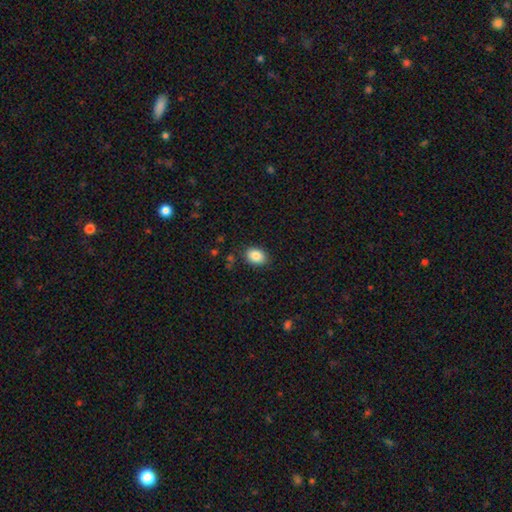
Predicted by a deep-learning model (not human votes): A smooth galaxy with no disk features (86%) that is in between round and cigar-shaped (73%). Merging: none (86%).